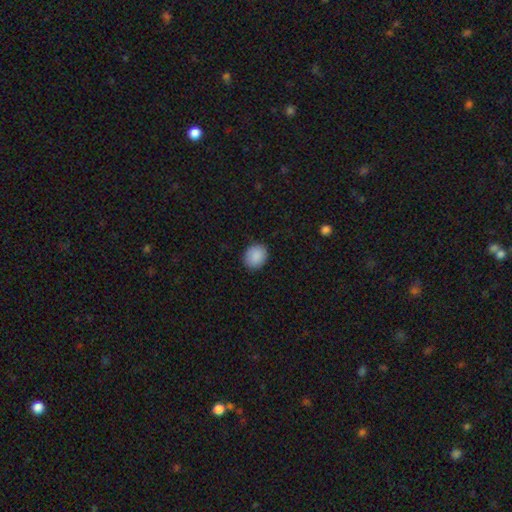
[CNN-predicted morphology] Smooth or featured? Predicted: smooth (p=0.90). How rounded? Predicted: round (p=0.67). Merging? Predicted: none (p=0.89).